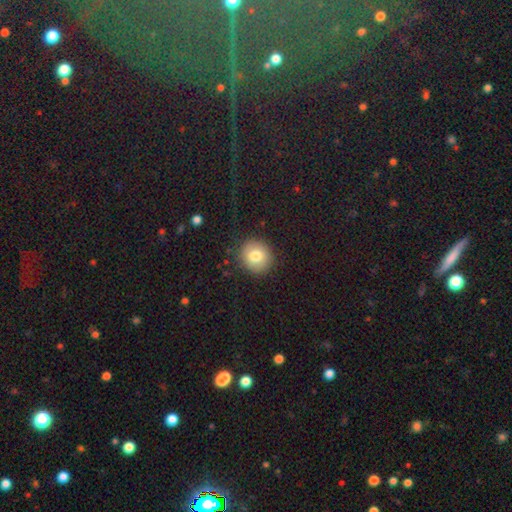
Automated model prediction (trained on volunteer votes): smooth_or_featured: smooth (p=0.79) [alt: featured or disk p=0.12]
how_rounded: round (p=0.88) [alt: in between p=0.11]
merging: none (p=0.89) [alt: minor disturbance p=0.08]